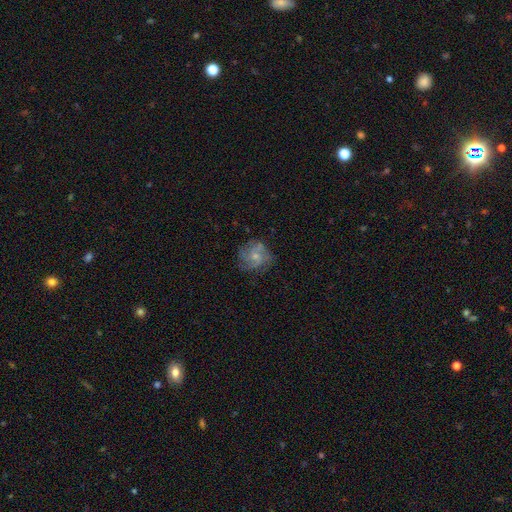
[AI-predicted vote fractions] smooth-or-featured: featured or disk: 68% | smooth: 24% | star or artifact: 8%
  disk-edge-on: no: 98% | yes: 2%
    bar: no: 73% | weak: 24% | strong: 3%
    has-spiral-arms: yes: 90% | no: 10%
      spiral-winding: medium: 45% | tight: 41% | loose: 14%
      spiral-arm-count: 3: 37% | can't tell: 22% | 2: 19% | 4: 13% | 1: 5% | more than 4: 5%
    bulge-size: small: 55% | moderate: 37% | none: 5% | large: 2% | dominant: 1%
  merging: none: 71% | minor disturbance: 19% | major disturbance: 8% | merger: 1%